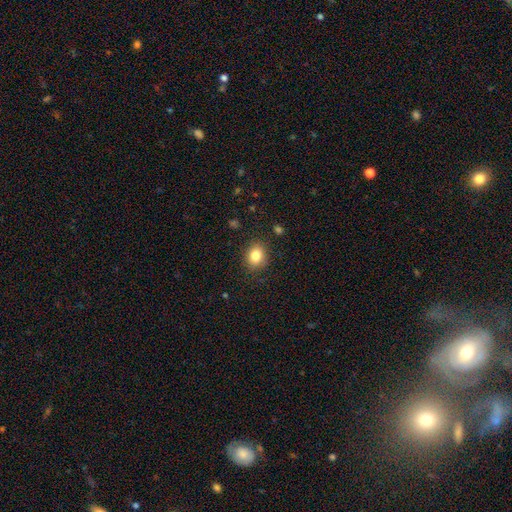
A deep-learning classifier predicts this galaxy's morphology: Q: Smooth or featured?
A: smooth (83%); runner-up: star or artifact (10%)
Q: How rounded?
A: round (52%); runner-up: in between (47%)
Q: Merging?
A: none (86%); runner-up: minor disturbance (10%)